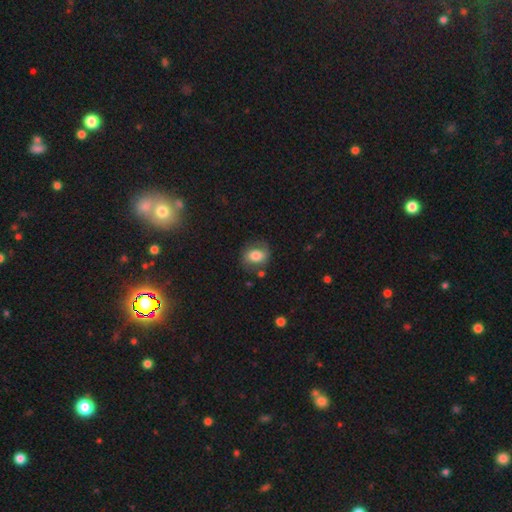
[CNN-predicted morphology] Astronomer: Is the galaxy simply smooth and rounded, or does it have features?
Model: smooth — 68%.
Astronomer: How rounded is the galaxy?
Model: in between — 53% (runner-up: round, 45%).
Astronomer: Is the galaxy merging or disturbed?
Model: none — 68%.